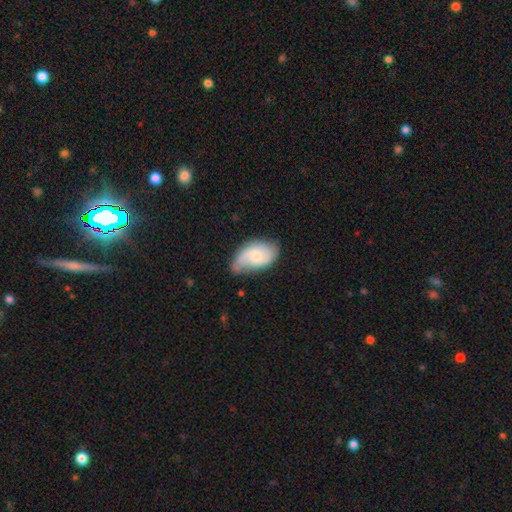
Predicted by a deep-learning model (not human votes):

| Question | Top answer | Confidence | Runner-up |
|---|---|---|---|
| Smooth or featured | smooth | 49% | featured or disk (44%) |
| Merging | none | 52% | minor disturbance (34%) |